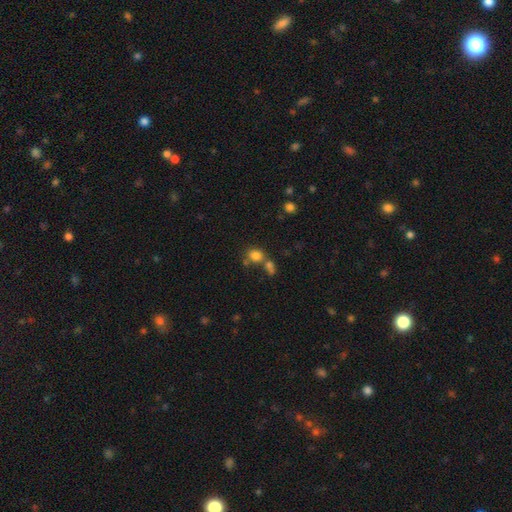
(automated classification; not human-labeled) Overall: smooth (79%). How rounded: round (69%; in between 30%). Merging: none (50%; merger 35%).